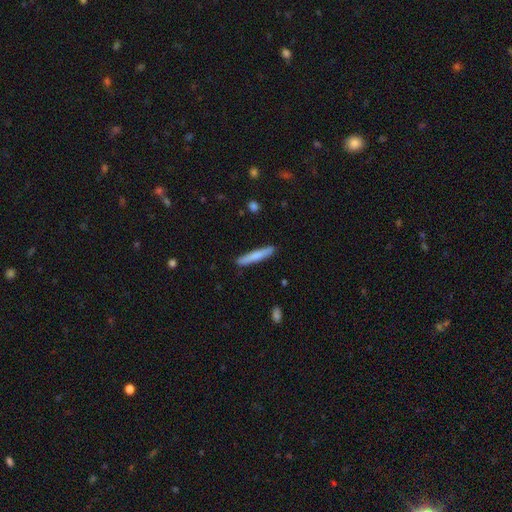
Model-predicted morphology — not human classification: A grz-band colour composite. It shows a smooth galaxy with no disk features (71%) that is cigar-shaped (95%). Merging: none (89%).